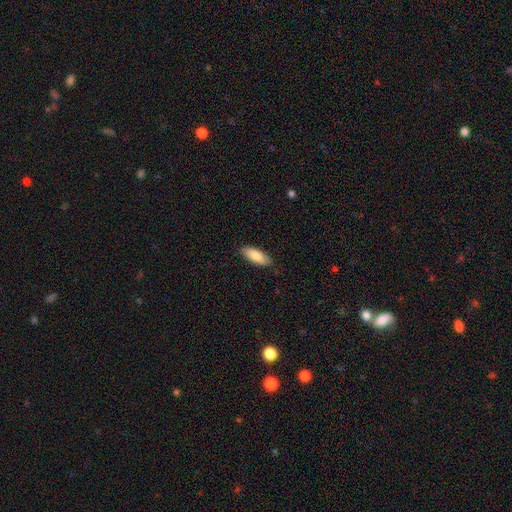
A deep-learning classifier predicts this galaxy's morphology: This is clearly a smooth galaxy (85%). How rounded: likely in between (74%). Merging: clearly none (87%).